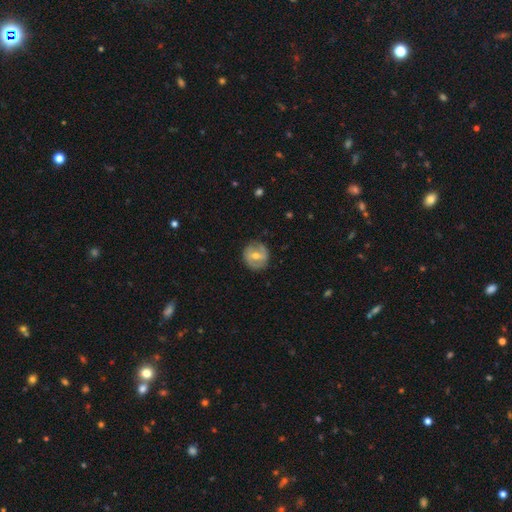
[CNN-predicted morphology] A featured or disk galaxy (56%) with a weak bar (45%), spiral arms (61%) and a moderate central bulge (65%). Merging: none (82%).